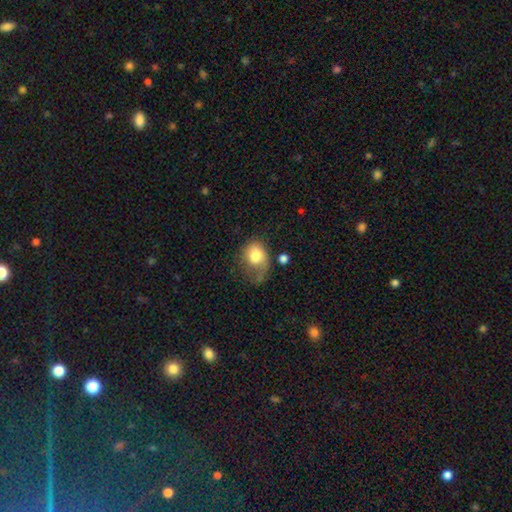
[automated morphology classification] A smooth galaxy with no disk features (73%) that is in between round and cigar-shaped (55%).

Vote fractions:
- Smooth or featured? smooth: 73% / featured or disk: 19% / star or artifact: 8%
- How rounded? in between: 55% / round: 44% / cigar-shaped: 1%
- Merging? major disturbance: 44% / minor disturbance: 26% / none: 24% / merger: 6%